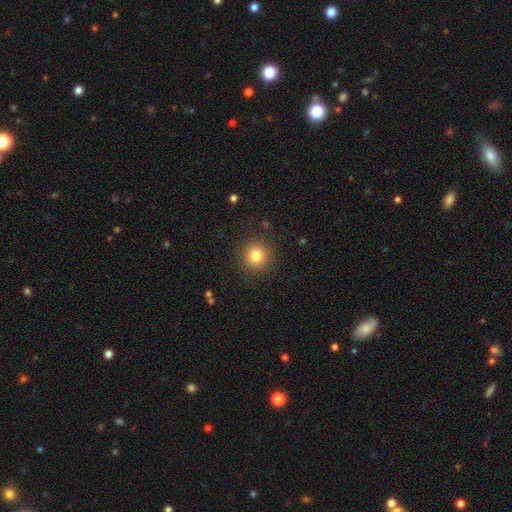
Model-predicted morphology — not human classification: smooth_or_featured: smooth (p=0.81) [alt: star or artifact p=0.12]
how_rounded: round (p=0.94) [alt: in between p=0.05]
merging: none (p=0.90) [alt: minor disturbance p=0.06]